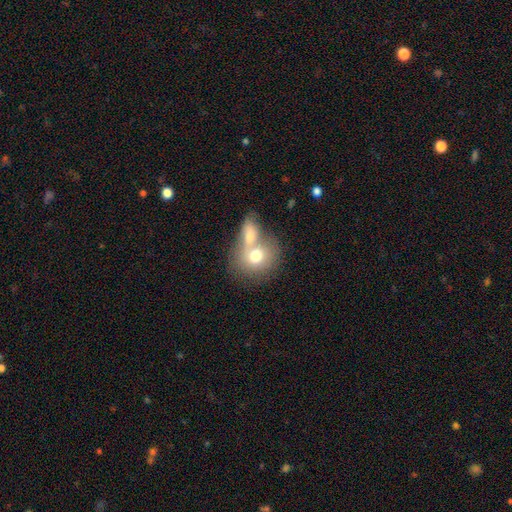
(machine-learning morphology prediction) The model was most divided on "how rounded": round: 63%, in between: 36%, cigar-shaped: 1%. More confident: smooth or featured — smooth (70%); merging — merger (59%).